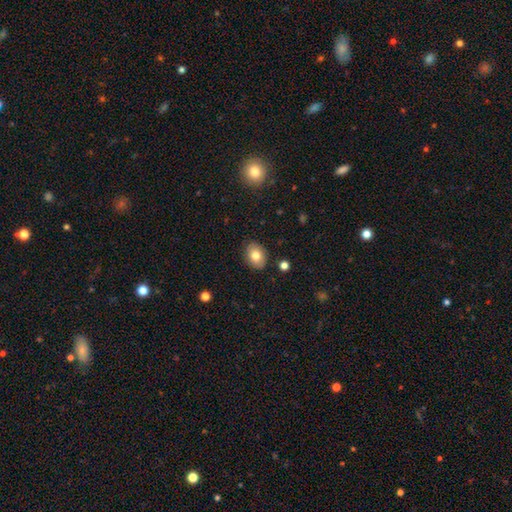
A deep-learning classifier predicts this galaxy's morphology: type=smooth (79%); roundness=in between (71%); merging=none (87%).